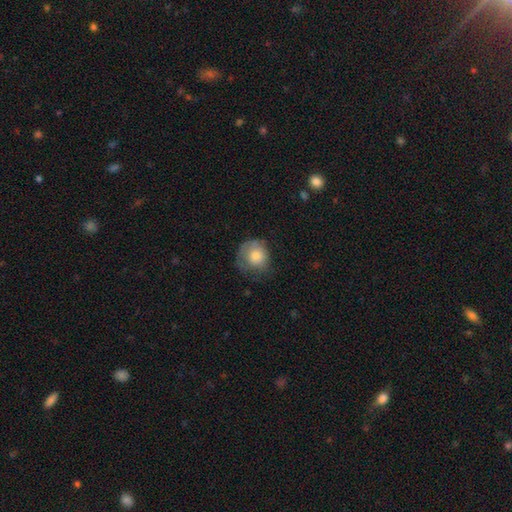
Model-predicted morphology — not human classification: Smooth or featured: smooth — 72% (featured or disk — 21%)
How rounded: round — 83% (in between — 16%)
Merging: none — 54% (minor disturbance — 29%)